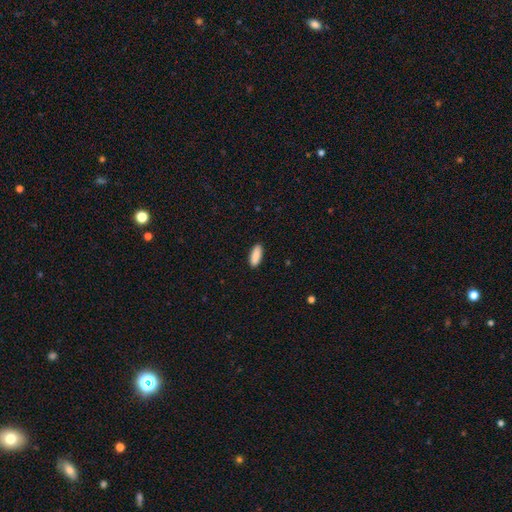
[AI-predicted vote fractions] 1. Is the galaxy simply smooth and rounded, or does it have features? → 90% smooth, 6% star or artifact, 4% featured or disk.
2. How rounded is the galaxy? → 74% in between, 24% cigar-shaped, 2% round.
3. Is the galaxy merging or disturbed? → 90% none, 8% minor disturbance, 2% major disturbance, 1% merger.